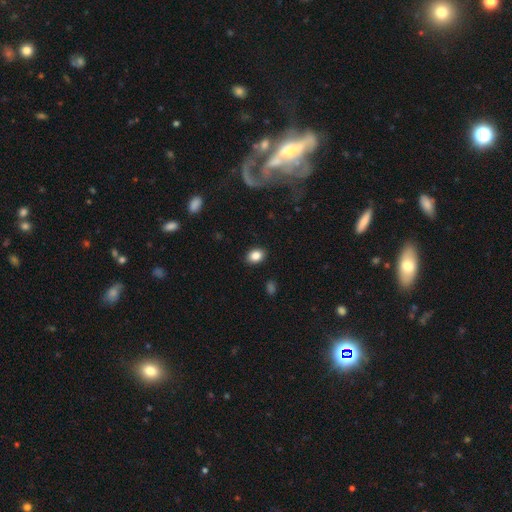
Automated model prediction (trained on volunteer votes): Overall: smooth (86%). How rounded: in between (69%). Merging: none (88%).